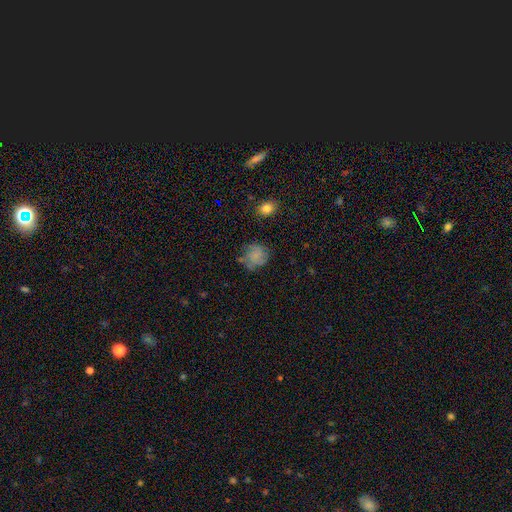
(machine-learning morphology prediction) Q: Smooth or featured?
A: smooth (68%); runner-up: featured or disk (21%)
Q: How rounded?
A: round (77%); runner-up: in between (22%)
Q: Merging?
A: none (59%); runner-up: minor disturbance (25%)